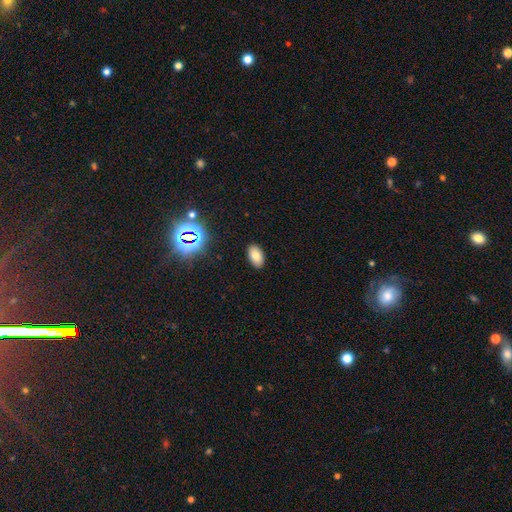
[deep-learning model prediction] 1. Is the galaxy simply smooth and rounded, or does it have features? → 77% smooth, 15% star or artifact, 8% featured or disk.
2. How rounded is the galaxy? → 93% in between, 5% round, 2% cigar-shaped.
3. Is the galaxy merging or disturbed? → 88% none, 8% minor disturbance, 2% major disturbance, 1% merger.